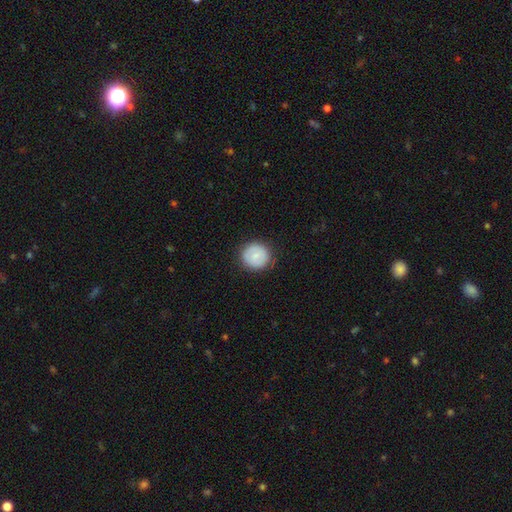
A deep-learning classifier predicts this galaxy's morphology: This appears to be a smooth galaxy with no disk features (79%) that is round (93%). Merging: none (88%).